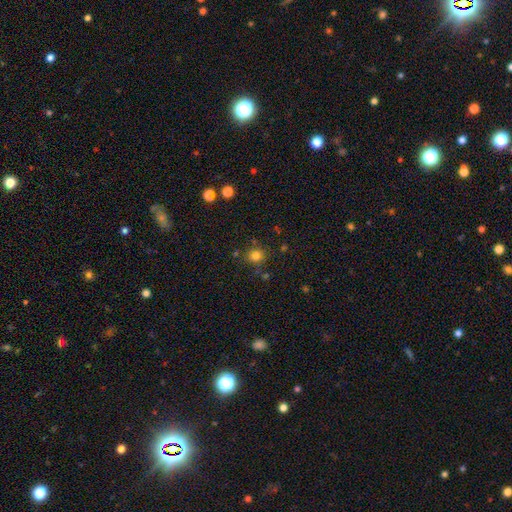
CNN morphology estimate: smooth_or_featured: smooth (p=0.79) [alt: star or artifact p=0.15]
how_rounded: round (p=0.87) [alt: in between p=0.12]
merging: none (p=0.80) [alt: minor disturbance p=0.11]